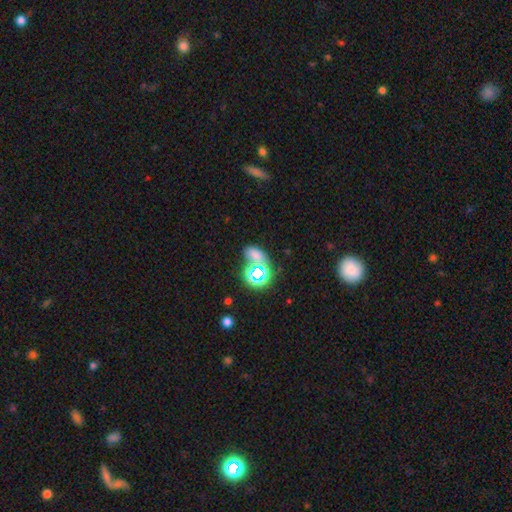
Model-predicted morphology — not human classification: smooth_or_featured: smooth (p=0.53) [alt: star or artifact p=0.36]
how_rounded: in between (p=0.72) [alt: round p=0.25]
merging: none (p=0.47) [alt: merger p=0.31]